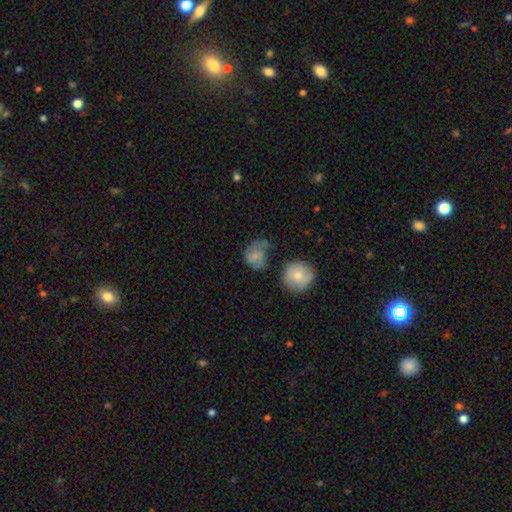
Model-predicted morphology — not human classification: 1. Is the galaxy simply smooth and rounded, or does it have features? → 67% smooth, 23% featured or disk, 9% star or artifact.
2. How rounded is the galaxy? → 61% round, 38% in between, 1% cigar-shaped.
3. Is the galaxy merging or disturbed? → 32% major disturbance, 29% none, 27% minor disturbance, 12% merger.